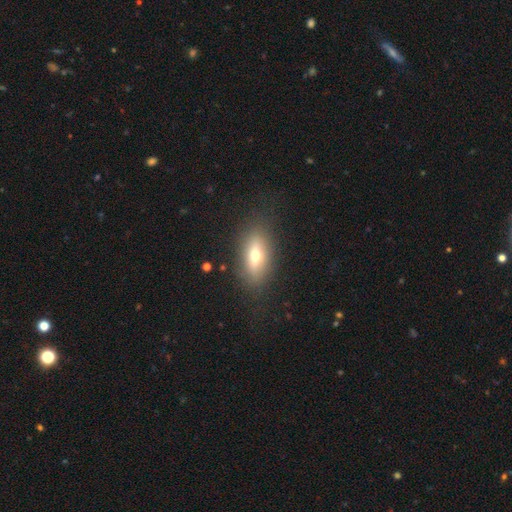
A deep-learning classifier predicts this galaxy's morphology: smooth_or_featured: smooth (p=0.57) [alt: featured or disk p=0.33]
how_rounded: in between (p=0.73) [alt: cigar-shaped p=0.20]
merging: none (p=0.83) [alt: minor disturbance p=0.11]